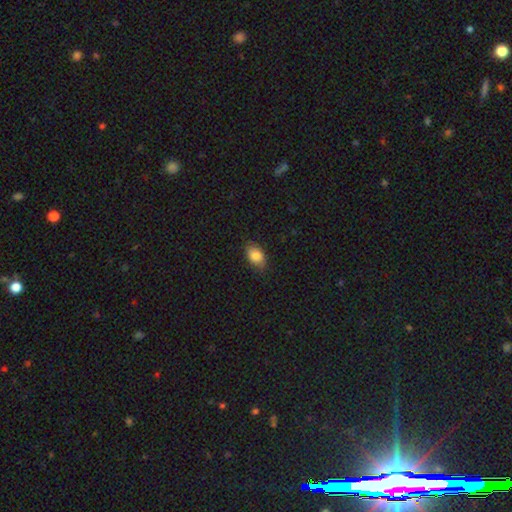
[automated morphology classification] A smooth galaxy with no disk features (84%) that is in between round and cigar-shaped (86%).

Vote fractions:
- Smooth or featured? smooth: 84% / featured or disk: 8% / star or artifact: 8%
- How rounded? in between: 86% / round: 12% / cigar-shaped: 2%
- Merging? none: 79% / minor disturbance: 17% / major disturbance: 3% / merger: 1%